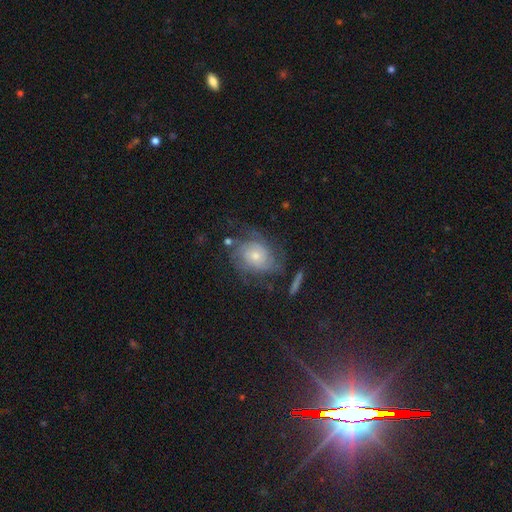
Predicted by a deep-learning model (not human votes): Smooth or featured?
  - featured or disk: 74% *
  - smooth: 18%
  - star or artifact: 7%
Edge-on disk?
  - no: 97% *
  - yes: 3%
Bar?
  - no: 77% *
  - weak: 20%
  - strong: 3%
Spiral arms?
  - yes: 90% *
  - no: 10%
Spiral winding?
  - tight: 58% *
  - medium: 30%
  - loose: 11%
Spiral arm count?
  - can't tell: 38% *
  - 2: 27%
  - 3: 16%
  - 4: 8%
  - 1: 6%
  - more than 4: 5%
Bulge size?
  - moderate: 46% *
  - small: 45%
  - large: 6%
  - none: 2%
  - dominant: 1%
Merging?
  - none: 57% *
  - minor disturbance: 21%
  - major disturbance: 18%
  - merger: 4%